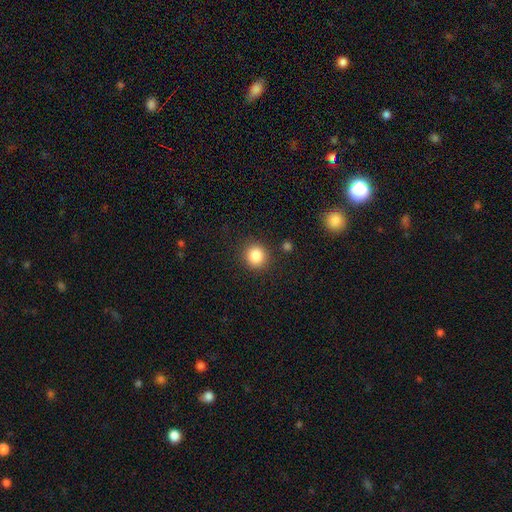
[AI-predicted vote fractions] Smooth or featured?
  - smooth: 85% *
  - star or artifact: 10%
  - featured or disk: 4%
How rounded?
  - round: 90% *
  - in between: 9%
  - cigar-shaped: 1%
Merging?
  - none: 87% *
  - minor disturbance: 8%
  - major disturbance: 3%
  - merger: 2%